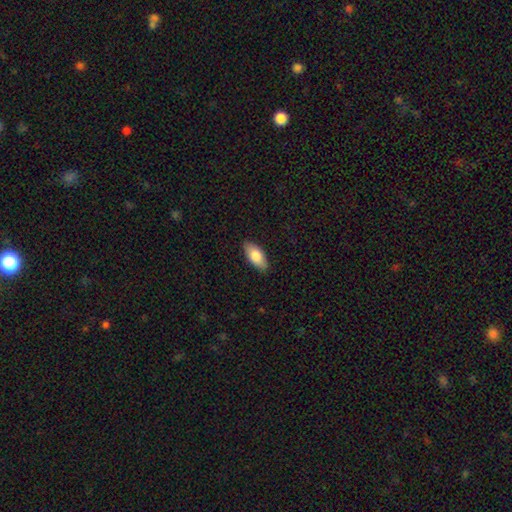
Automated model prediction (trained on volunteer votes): Overall: smooth (81%). How rounded: in between (90%). Merging: none (89%).